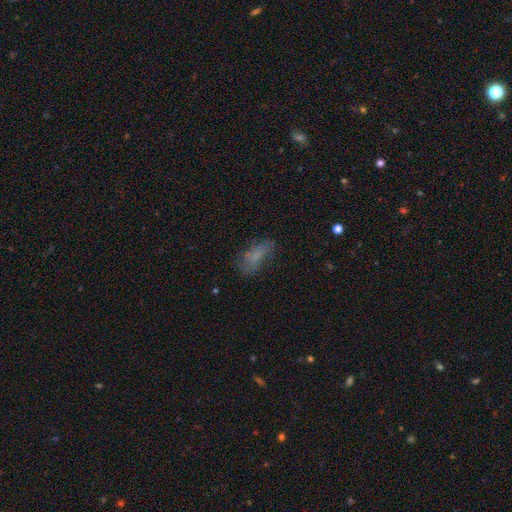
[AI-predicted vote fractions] Smooth or featured? smooth (66%)
How rounded? in between (77%)
Merging? none (53%)